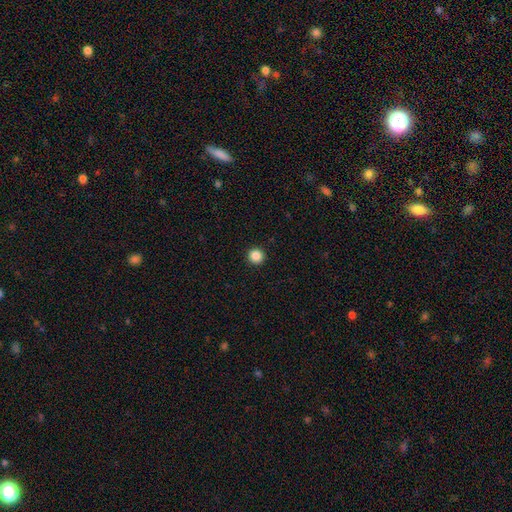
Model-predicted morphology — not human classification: The model was most divided on "smooth or featured": smooth: 87%, star or artifact: 10%, featured or disk: 3%. More confident: how rounded — round (96%); merging — none (94%).